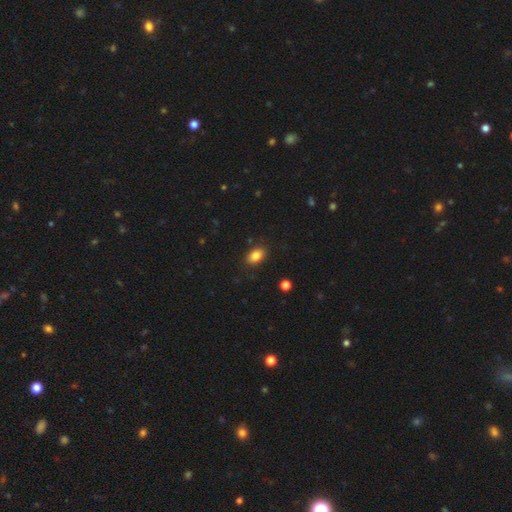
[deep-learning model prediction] A smooth galaxy with no disk features (85%) that is in between round and cigar-shaped (87%). Merging: none (86%).